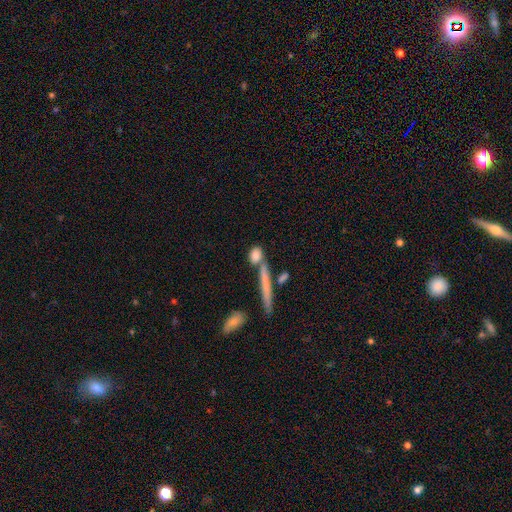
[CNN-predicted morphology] smooth 77%, featured or disk 15%, star or artifact 8%. Down the decision tree: how rounded — in between (43%); merging — none (57%).